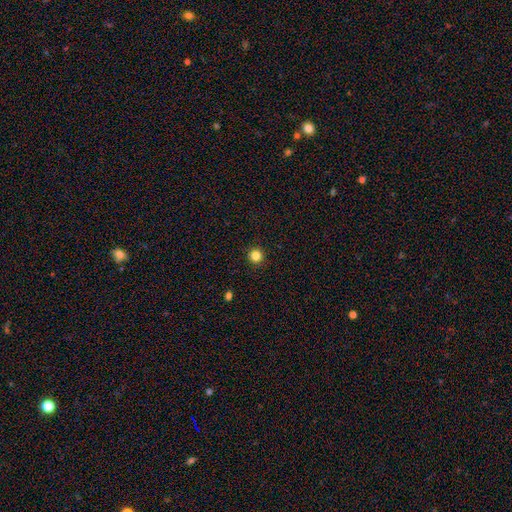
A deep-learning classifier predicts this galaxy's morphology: This is clearly a smooth galaxy (84%). How rounded: clearly round (96%). Merging: clearly none (93%).